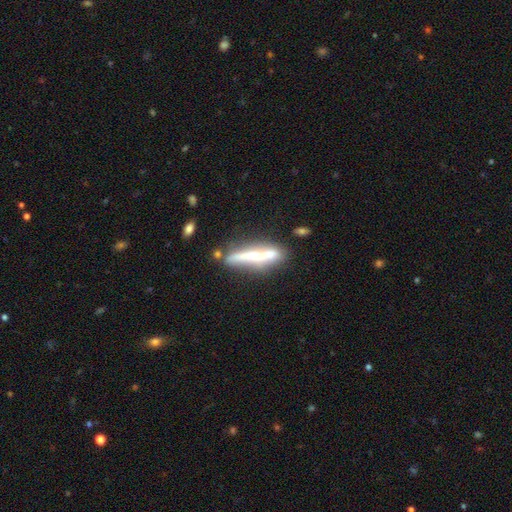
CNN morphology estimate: A featured or disk galaxy (51%) viewed edge-on (82%).

Vote fractions:
- Smooth or featured? featured or disk: 51% / smooth: 41% / star or artifact: 8%
- Edge-on disk? yes: 82% / no: 18%
- Merging? none: 66% / minor disturbance: 18% / merger: 9% / major disturbance: 6%